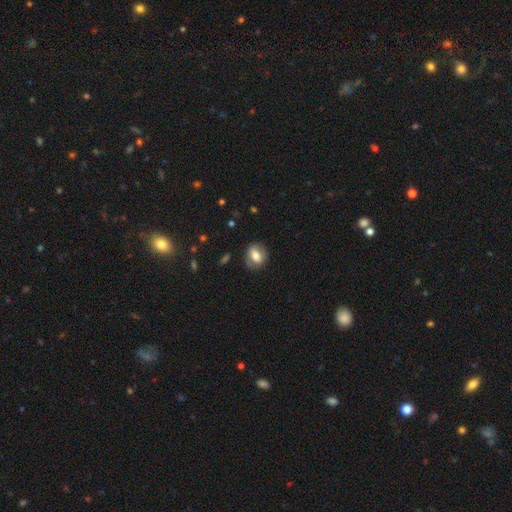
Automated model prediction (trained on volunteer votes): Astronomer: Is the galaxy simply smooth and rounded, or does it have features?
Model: smooth — 61%.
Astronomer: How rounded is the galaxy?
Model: in between — 53% (runner-up: round, 45%).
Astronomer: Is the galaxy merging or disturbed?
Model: none — 78%.